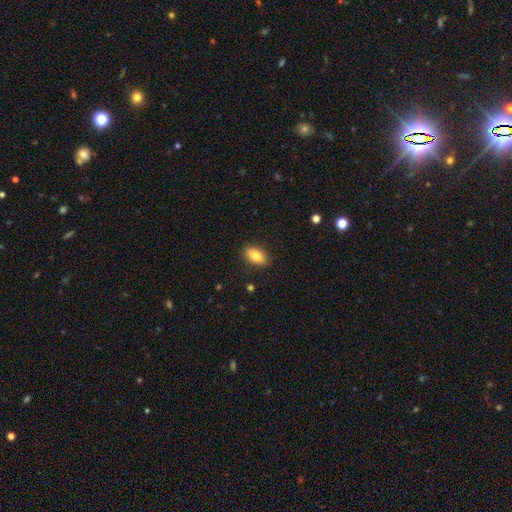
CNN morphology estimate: type=smooth (82%); roundness=in between (90%); merging=none (88%).